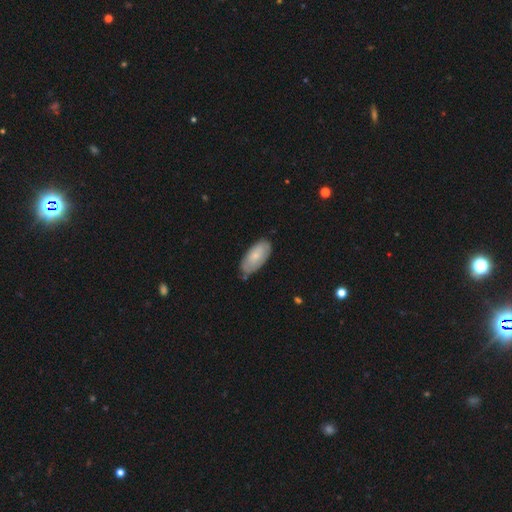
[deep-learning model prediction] smooth_or_featured: smooth (p=0.68) [alt: featured or disk p=0.26]
how_rounded: in between (p=0.92) [alt: cigar-shaped p=0.06]
merging: none (p=0.69) [alt: minor disturbance p=0.24]